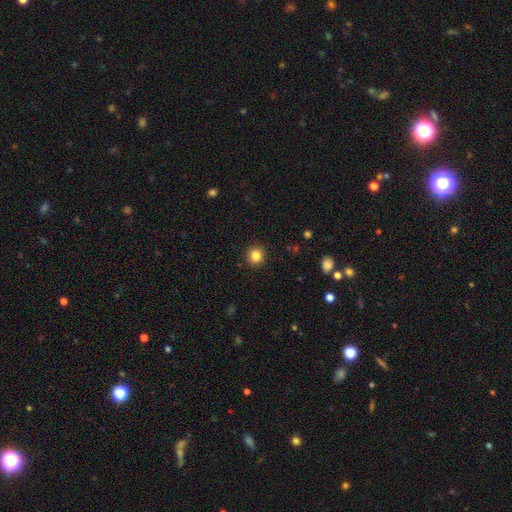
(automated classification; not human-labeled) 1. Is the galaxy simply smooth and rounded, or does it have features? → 84% smooth, 12% star or artifact, 5% featured or disk.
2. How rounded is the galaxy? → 93% round, 6% in between, 1% cigar-shaped.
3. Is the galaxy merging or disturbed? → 92% none, 5% minor disturbance, 2% major disturbance, 1% merger.